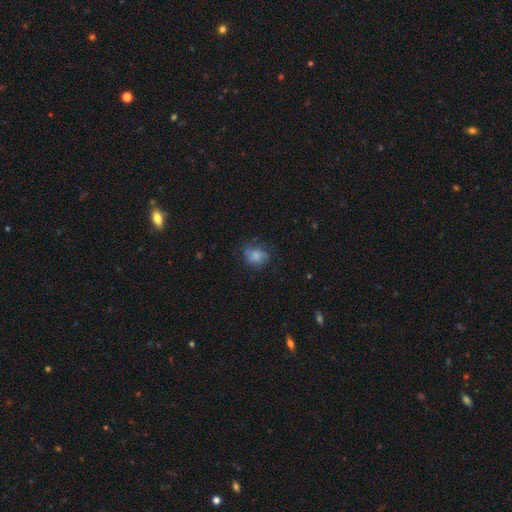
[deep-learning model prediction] Smooth or featured?
  - smooth: 69% *
  - featured or disk: 20%
  - star or artifact: 11%
How rounded?
  - round: 58% *
  - in between: 41%
  - cigar-shaped: 1%
Merging?
  - none: 57% *
  - minor disturbance: 26%
  - major disturbance: 15%
  - merger: 2%